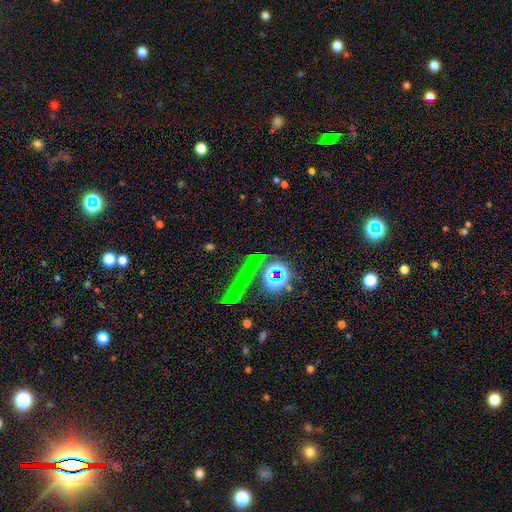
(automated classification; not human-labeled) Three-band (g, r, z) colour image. It shows a star or artifact, not a galaxy (68%).